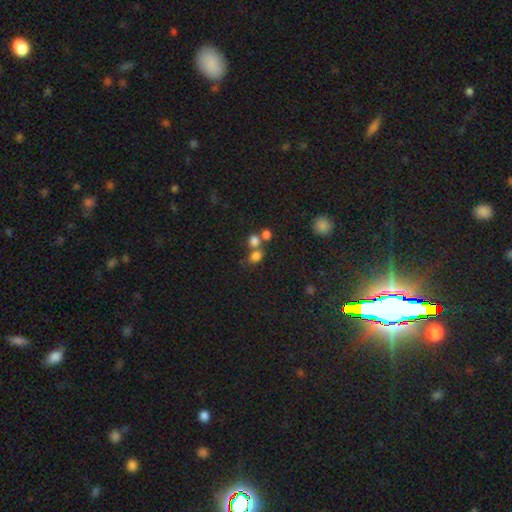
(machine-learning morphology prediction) type=smooth (75%); roundness=in between (50%); merging=merger (43%).